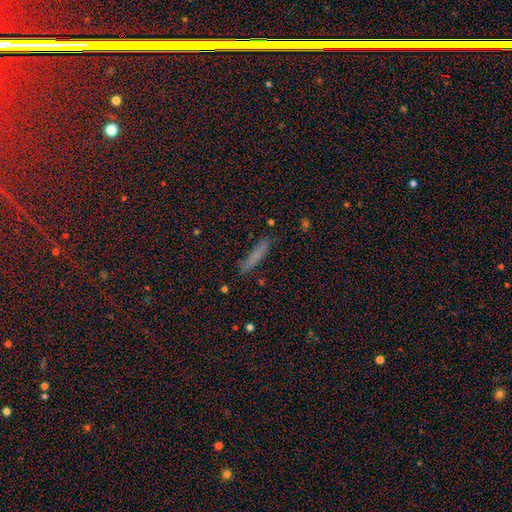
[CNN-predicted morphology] Smooth or featured: smooth — 68% (featured or disk — 16%)
How rounded: cigar-shaped — 92% (in between — 6%)
Merging: none — 85% (minor disturbance — 11%)